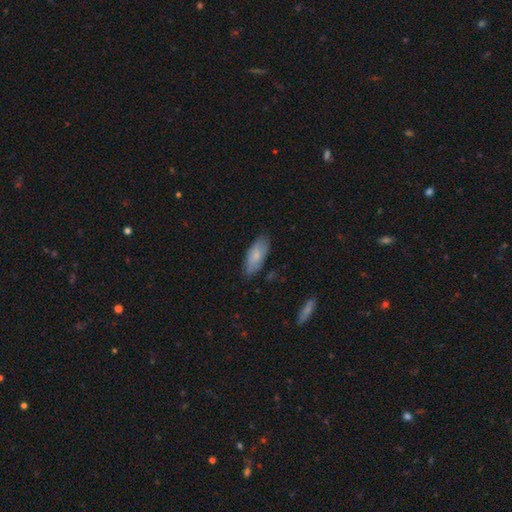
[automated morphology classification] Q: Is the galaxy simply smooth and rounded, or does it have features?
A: smooth — 74%.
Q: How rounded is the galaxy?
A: in between — 83%.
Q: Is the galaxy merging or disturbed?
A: none — 76%.